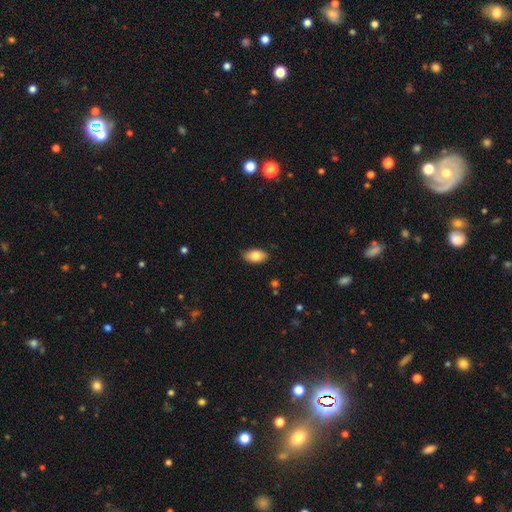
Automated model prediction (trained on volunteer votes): Q: Smooth or featured?
A: smooth (80%); runner-up: featured or disk (13%)
Q: How rounded?
A: in between (93%); runner-up: round (4%)
Q: Merging?
A: none (85%); runner-up: minor disturbance (12%)